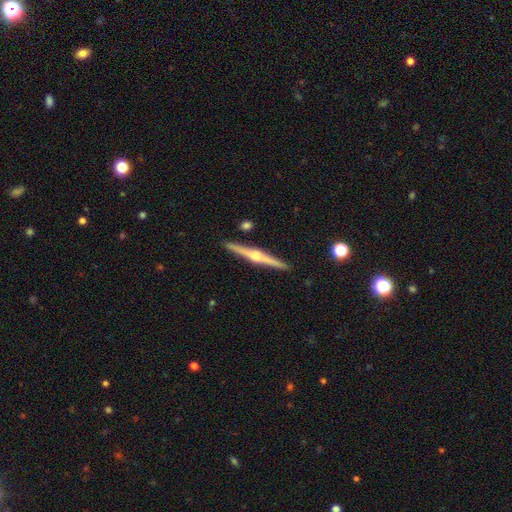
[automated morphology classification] This appears to be a featured or disk galaxy (82%) viewed edge-on (99%) with a rounded central bulge (92%). Merging: none (92%).